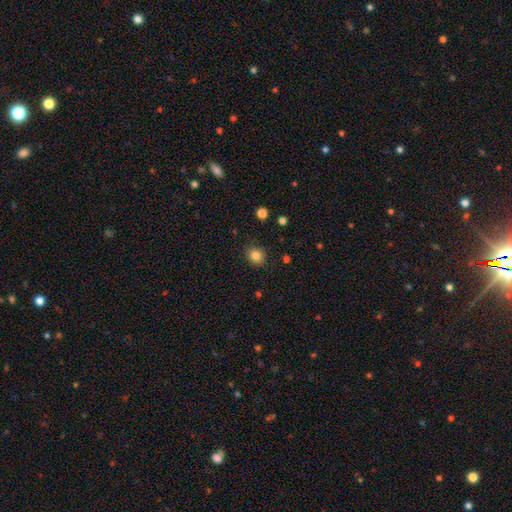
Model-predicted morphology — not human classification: Smooth or featured: smooth — 84% (star or artifact — 11%)
How rounded: round — 73% (in between — 26%)
Merging: none — 85% (minor disturbance — 10%)